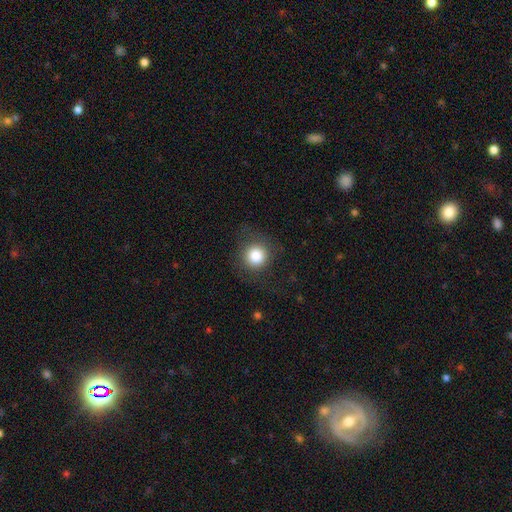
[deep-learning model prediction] A smooth galaxy with no disk features (83%) that is round (93%).

Vote fractions:
- Smooth or featured? smooth: 83% / star or artifact: 10% / featured or disk: 7%
- How rounded? round: 93% / in between: 6% / cigar-shaped: 1%
- Merging? none: 82% / minor disturbance: 11% / major disturbance: 6% / merger: 1%